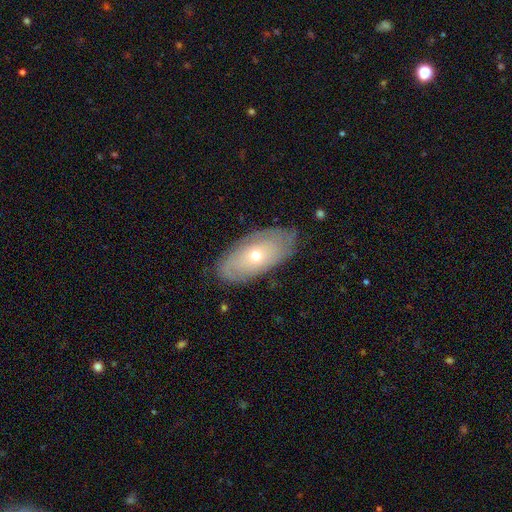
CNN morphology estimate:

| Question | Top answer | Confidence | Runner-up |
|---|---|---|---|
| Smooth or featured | featured or disk | 49% | smooth (44%) |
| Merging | none | 78% | minor disturbance (17%) |